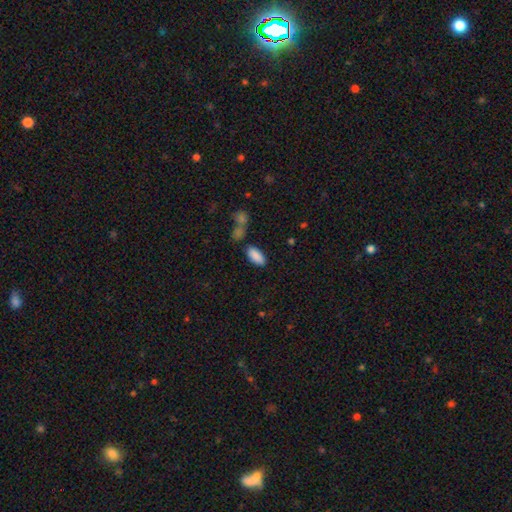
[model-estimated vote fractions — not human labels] smooth_or_featured: smooth (p=0.88) [alt: star or artifact p=0.07]
how_rounded: in between (p=0.87) [alt: cigar-shaped p=0.11]
merging: none (p=0.77) [alt: minor disturbance p=0.11]